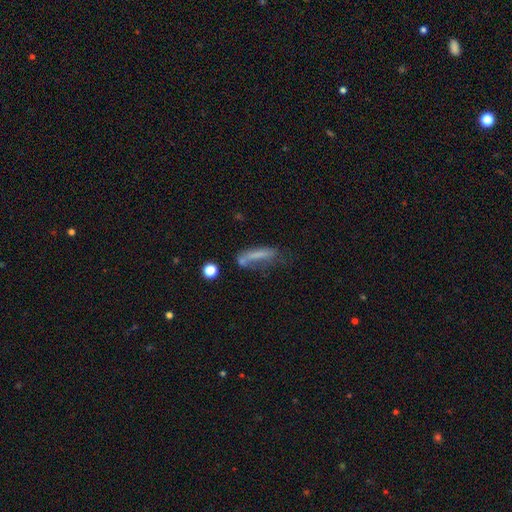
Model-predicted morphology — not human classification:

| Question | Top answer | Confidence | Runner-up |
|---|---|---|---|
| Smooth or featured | smooth | 59% | featured or disk (29%) |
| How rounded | cigar-shaped | 71% | in between (26%) |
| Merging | none | 37% | minor disturbance (25%) |